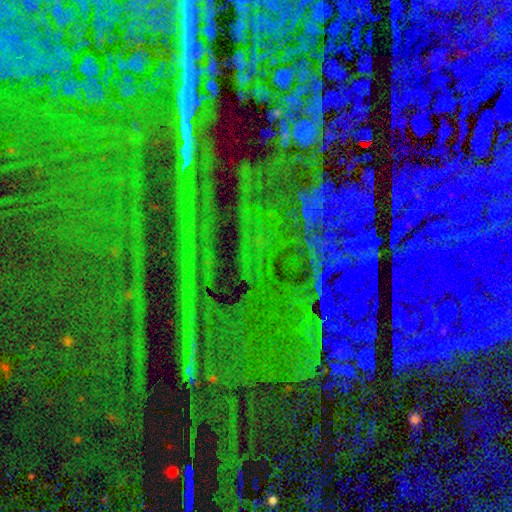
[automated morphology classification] Smooth or featured? Predicted: star or artifact (p=0.86).